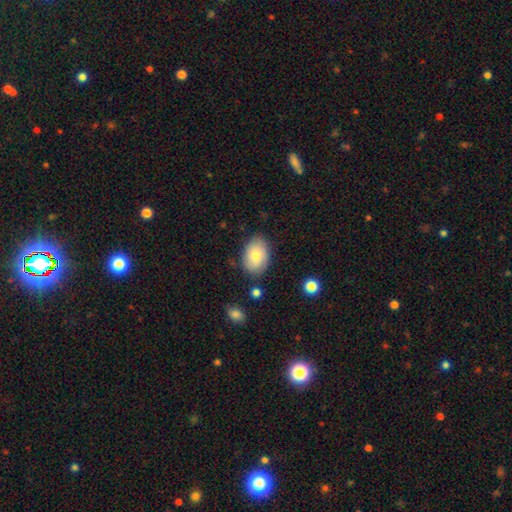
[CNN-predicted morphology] Smooth or featured: smooth — 74% (featured or disk — 19%)
How rounded: in between — 88% (round — 11%)
Merging: none — 78% (minor disturbance — 16%)